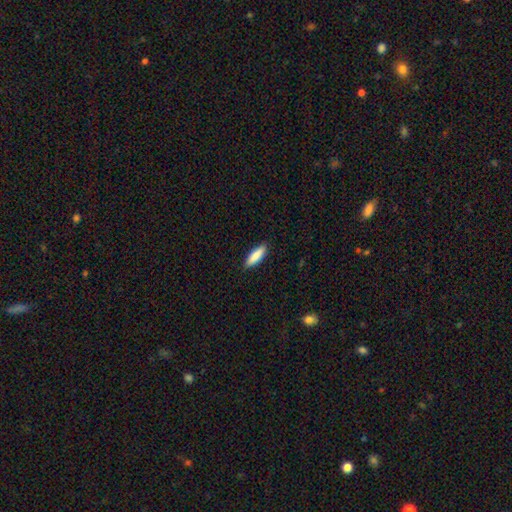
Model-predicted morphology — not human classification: Smooth or featured? Predicted: smooth (p=0.84). How rounded? Predicted: cigar-shaped (p=0.58). Merging? Predicted: none (p=0.89).